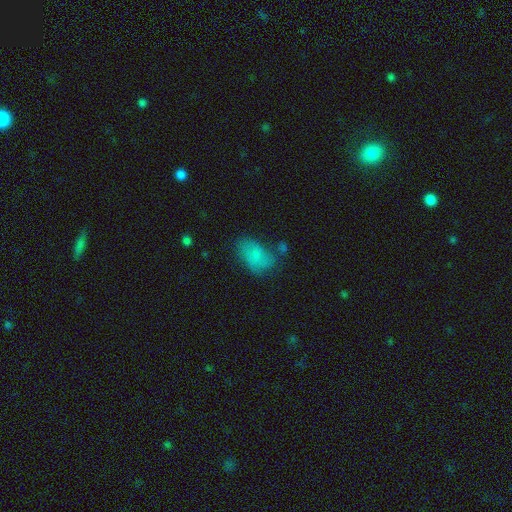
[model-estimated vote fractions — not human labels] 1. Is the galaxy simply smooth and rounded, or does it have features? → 72% smooth, 18% featured or disk, 10% star or artifact.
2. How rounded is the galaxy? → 91% in between, 8% round, 2% cigar-shaped.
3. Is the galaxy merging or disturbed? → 49% none, 27% minor disturbance, 15% major disturbance, 10% merger.